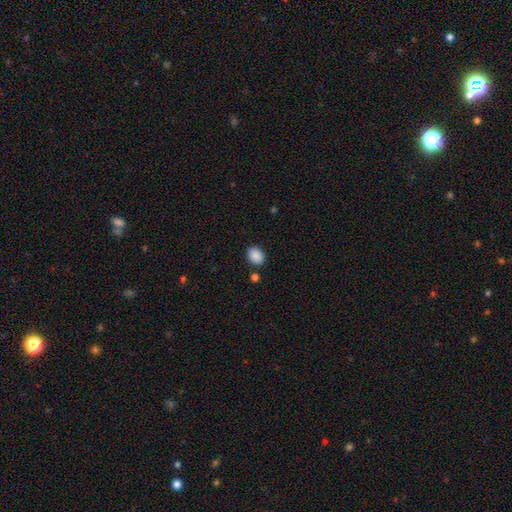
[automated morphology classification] smooth-or-featured: smooth: 89% | star or artifact: 8% | featured or disk: 3%
  how-rounded: in between: 61% | round: 38% | cigar-shaped: 1%
  merging: none: 83% | minor disturbance: 10% | merger: 4% | major disturbance: 3%